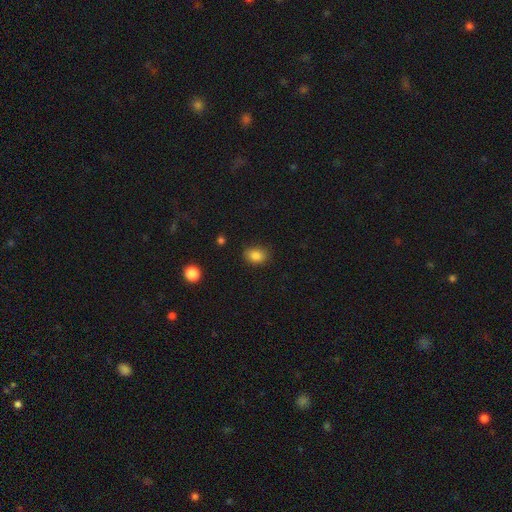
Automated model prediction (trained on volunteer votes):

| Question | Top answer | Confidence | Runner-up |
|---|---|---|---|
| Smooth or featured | smooth | 85% | star or artifact (10%) |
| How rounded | in between | 65% | round (33%) |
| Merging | none | 81% | minor disturbance (14%) |